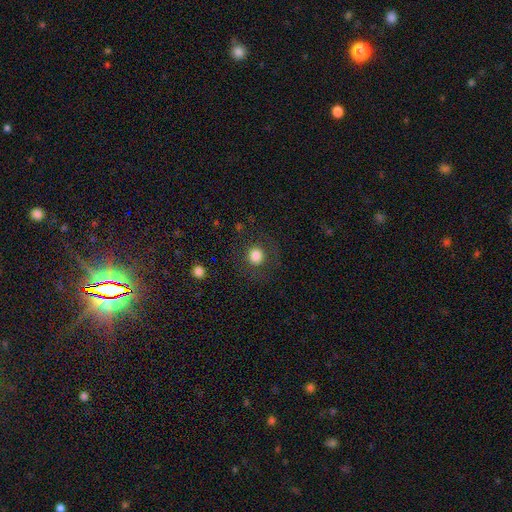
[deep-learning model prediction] Q: Smooth or featured?
A: smooth (80%); runner-up: star or artifact (11%)
Q: How rounded?
A: round (90%); runner-up: in between (9%)
Q: Merging?
A: none (83%); runner-up: minor disturbance (9%)